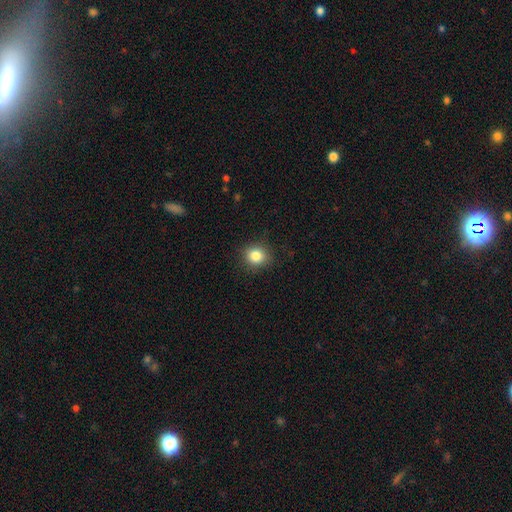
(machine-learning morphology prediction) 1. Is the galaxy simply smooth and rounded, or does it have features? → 84% smooth, 11% star or artifact, 5% featured or disk.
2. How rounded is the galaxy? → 79% round, 20% in between, 1% cigar-shaped.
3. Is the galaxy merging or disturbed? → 88% none, 8% minor disturbance, 2% major disturbance, 1% merger.